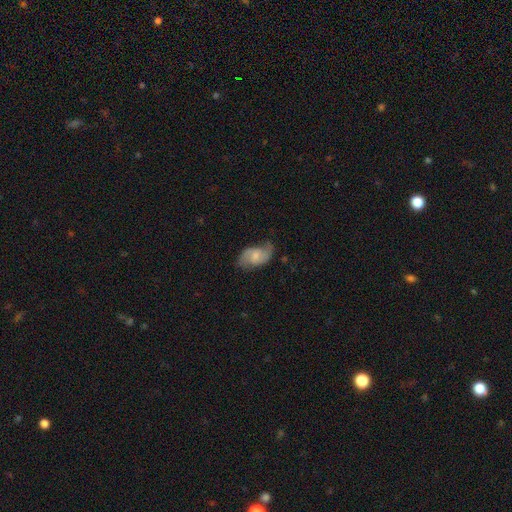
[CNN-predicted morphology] The model was most divided on "bulge size": moderate: 43%, small: 42%, none: 8%, large: 5%, dominant: 1%. More confident: edge-on disk — no (96%); spiral arms — yes (87%); merging — none (63%); smooth or featured — featured or disk (59%); bar — no (52%).